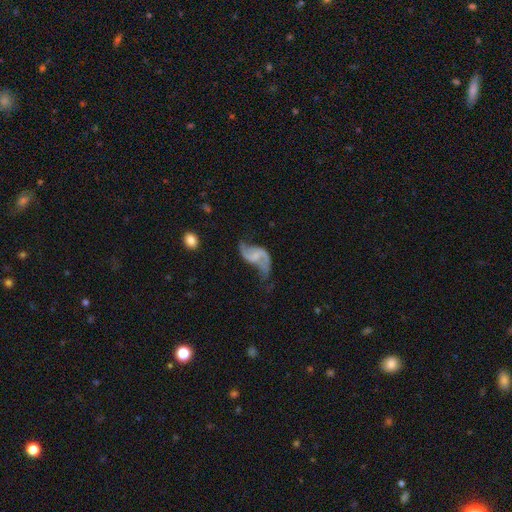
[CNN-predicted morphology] A featured or disk galaxy (86%) with a weak bar (46%), 2 (92%) loose (79%) spiral arms (94%) and no central bulge (42%). Merging: none (51%).